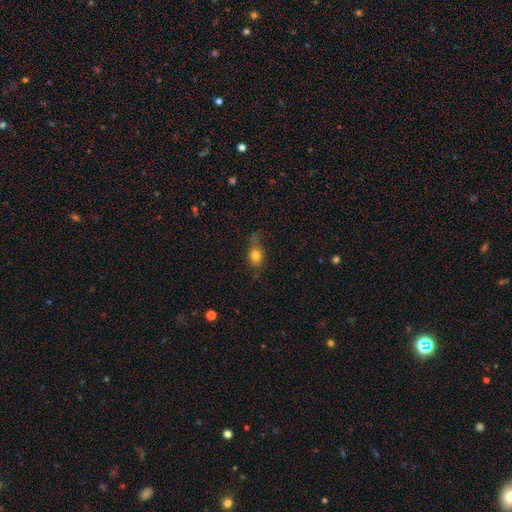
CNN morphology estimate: This is likely a smooth galaxy (79%). How rounded: possibly in between (49%). Merging: possibly none (53%).